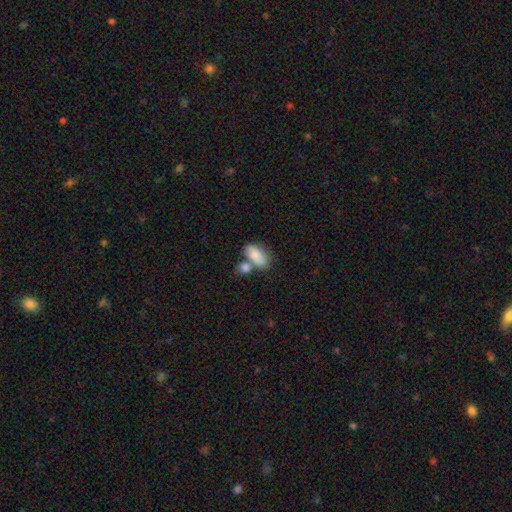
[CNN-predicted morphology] Smooth or featured: smooth — 84% (featured or disk — 9%)
How rounded: in between — 92% (round — 5%)
Merging: none — 44% (merger — 38%)